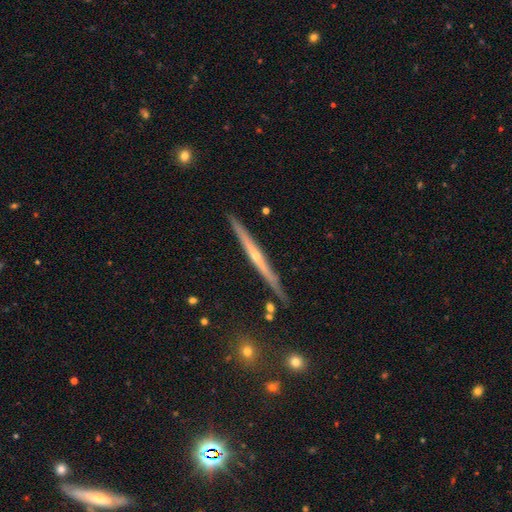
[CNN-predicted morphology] smooth-or-featured: featured or disk: 77% | smooth: 17% | star or artifact: 6%
  disk-edge-on: yes: 98% | no: 2%
    edge-on-bulge: rounded: 62% | none: 34% | boxy: 3%
  merging: none: 88% | minor disturbance: 8% | merger: 2% | major disturbance: 2%